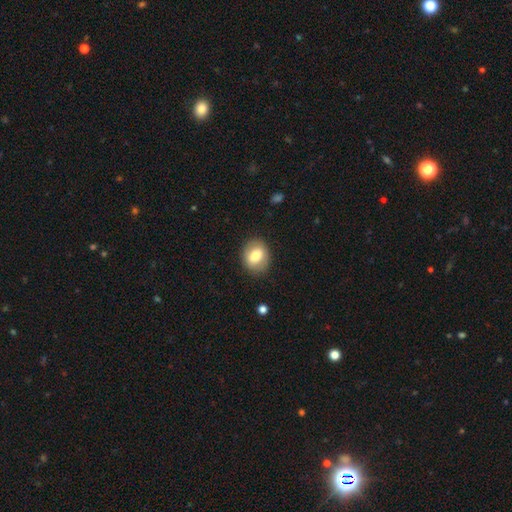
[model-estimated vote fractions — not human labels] Smooth or featured: smooth — 74% (featured or disk — 18%)
How rounded: round — 51% (in between — 48%)
Merging: none — 85% (minor disturbance — 10%)